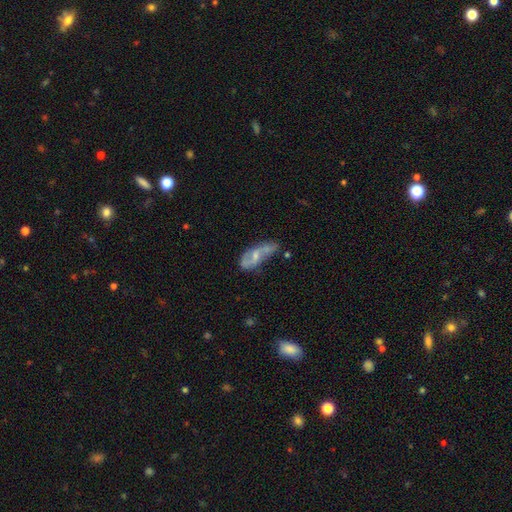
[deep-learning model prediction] This appears to be a featured or disk galaxy (58%) with no bar (53%), spiral arms (67%) and a small central bulge (46%). Merging: none (40%).